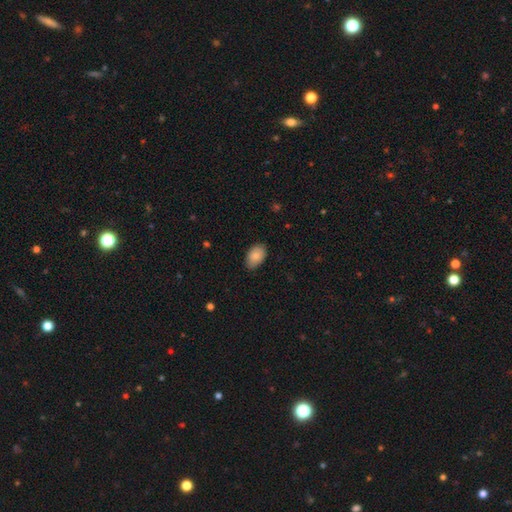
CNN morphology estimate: type=smooth (85%); roundness=in between (91%); merging=none (82%).